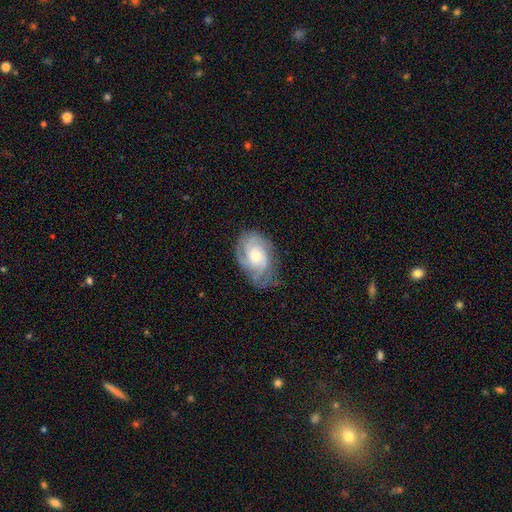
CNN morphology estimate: A featured or disk galaxy (83%) with no bar (73%), 3 (35%) tight (61%) spiral arms (96%) and a moderate central bulge (53%).

Vote fractions:
- Smooth or featured? featured or disk: 83% / smooth: 12% / star or artifact: 6%
- Edge-on disk? no: 97% / yes: 3%
- Bar? no: 73% / weak: 23% / strong: 4%
- Spiral arms? yes: 96% / no: 4%
- Spiral winding? tight: 61% / medium: 32% / loose: 7%
- Spiral arm count? 3: 35% / can't tell: 24% / 4: 15% / 2: 15% / more than 4: 5% / 1: 5%
- Bulge size? moderate: 53% / small: 38% / large: 6% / none: 2% / dominant: 1%
- Merging? none: 70% / minor disturbance: 21% / major disturbance: 8% / merger: 1%